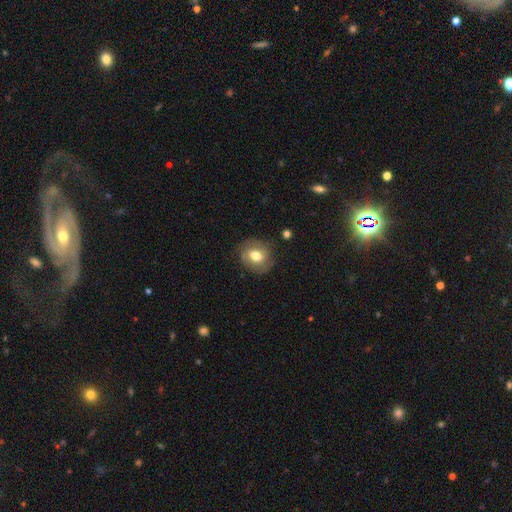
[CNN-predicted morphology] Smooth or featured? smooth (57%)
How rounded? round (66%)
Merging? none (78%)